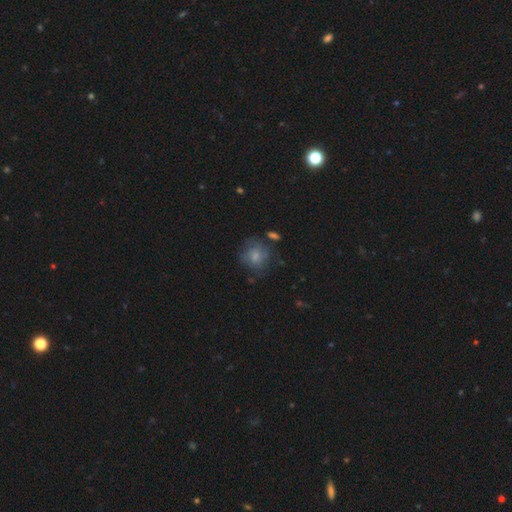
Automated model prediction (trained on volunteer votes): A smooth galaxy with no disk features (65%) that is round (76%). Merging: none (58%).